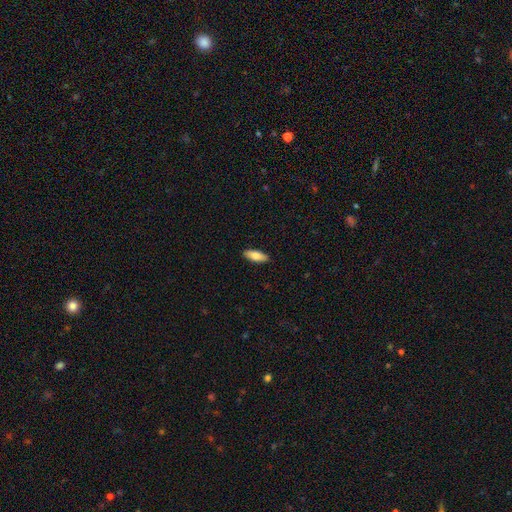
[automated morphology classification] This is likely a smooth galaxy (78%). How rounded: likely in between (72%). Merging: clearly none (90%).